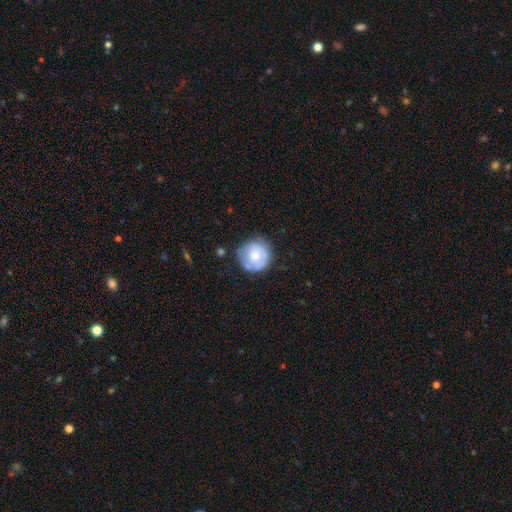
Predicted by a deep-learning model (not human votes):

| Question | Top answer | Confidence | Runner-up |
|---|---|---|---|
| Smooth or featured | smooth | 58% | featured or disk (36%) |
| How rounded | round | 91% | in between (8%) |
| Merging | none | 63% | minor disturbance (24%) |